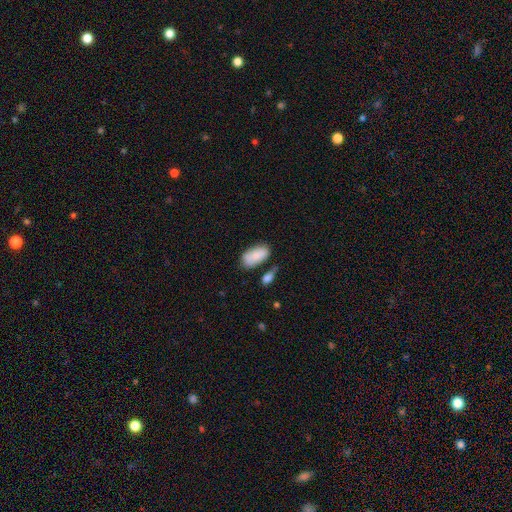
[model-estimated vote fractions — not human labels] Morphology: type=smooth (86%); roundness=in between (93%); merging=none (57%).